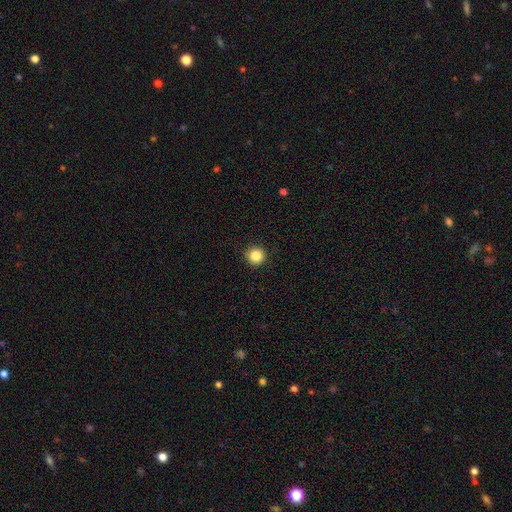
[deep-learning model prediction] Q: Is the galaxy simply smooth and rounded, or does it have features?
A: smooth — 86%.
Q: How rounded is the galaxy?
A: round — 94%.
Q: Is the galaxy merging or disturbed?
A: none — 91%.